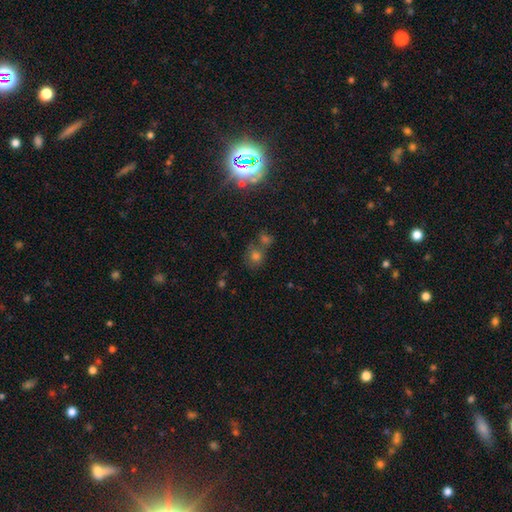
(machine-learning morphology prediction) Smooth or featured: smooth — 48% (star or artifact — 39%)
Merging: none — 54% (merger — 29%)